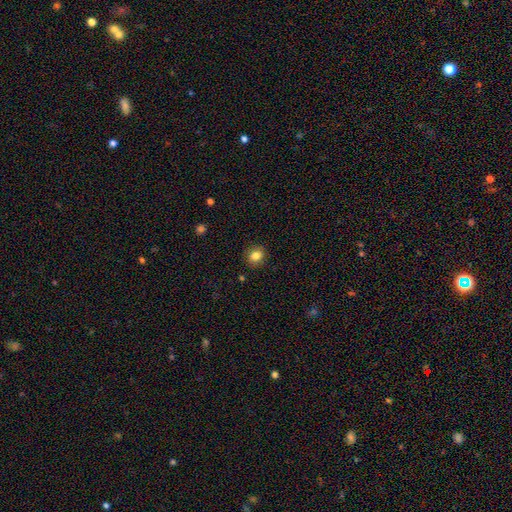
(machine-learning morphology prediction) Smooth or featured?
  - smooth: 83% *
  - star or artifact: 11%
  - featured or disk: 7%
How rounded?
  - round: 68% *
  - in between: 31%
  - cigar-shaped: 1%
Merging?
  - none: 89% *
  - minor disturbance: 8%
  - major disturbance: 2%
  - merger: 1%